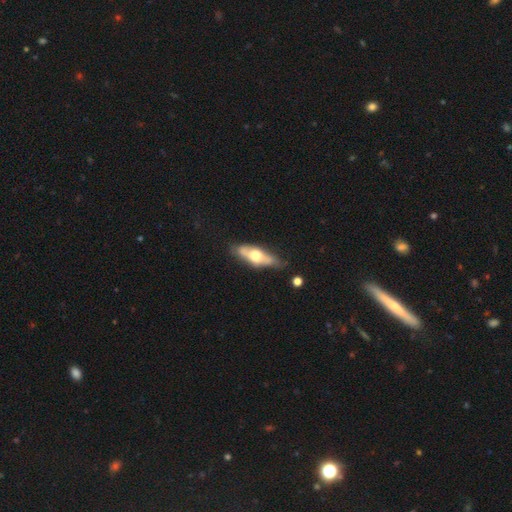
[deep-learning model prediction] Smooth or featured: featured or disk — 52% (smooth — 42%)
Edge-on disk: yes — 69% (no — 31%)
Merging: none — 69% (minor disturbance — 21%)